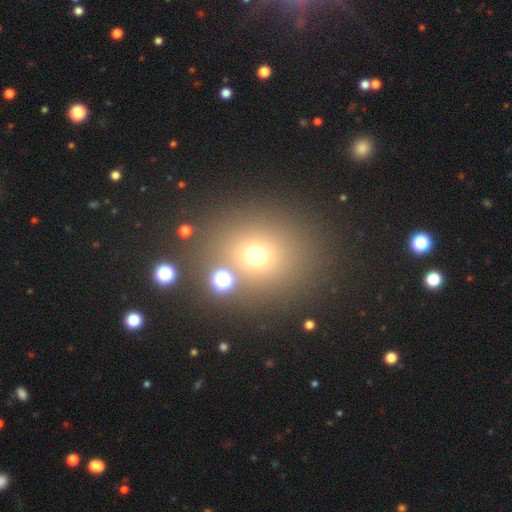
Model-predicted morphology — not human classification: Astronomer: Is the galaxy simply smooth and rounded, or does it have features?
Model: smooth — 65%.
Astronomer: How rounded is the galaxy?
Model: round — 78%.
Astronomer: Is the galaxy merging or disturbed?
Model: none — 77%.